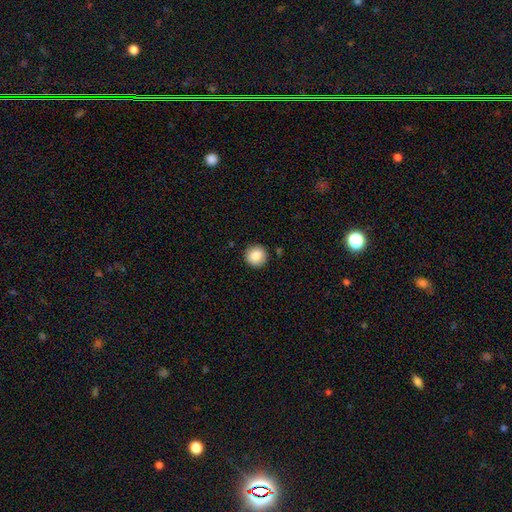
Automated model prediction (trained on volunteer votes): A smooth galaxy with no disk features (87%) that is round (94%). Merging: none (90%).